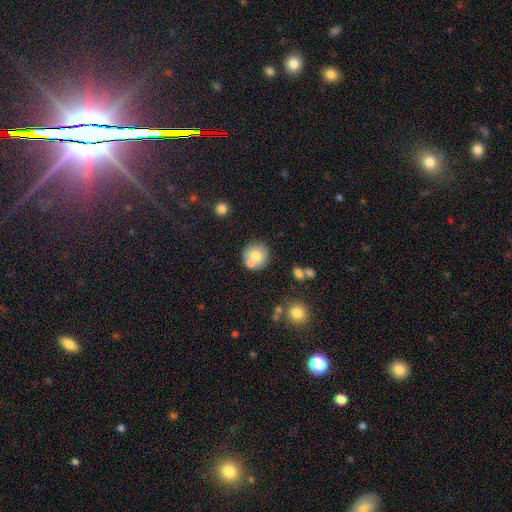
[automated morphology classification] smooth 74%, featured or disk 17%, star or artifact 9%. Down the decision tree: how rounded — round (92%); merging — none (64%).